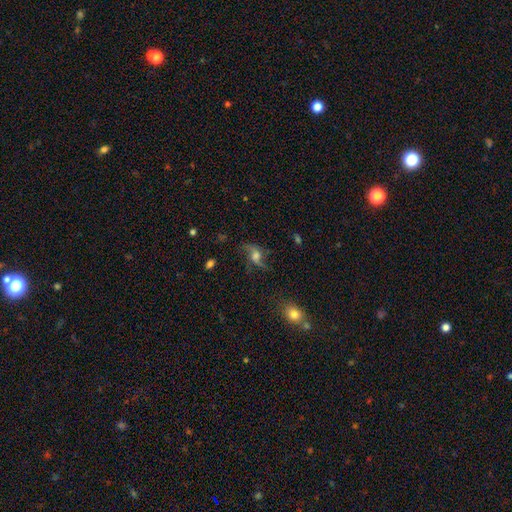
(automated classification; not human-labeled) Smooth or featured?
  - featured or disk: 67% *
  - smooth: 20%
  - star or artifact: 13%
Edge-on disk?
  - no: 92% *
  - yes: 8%
Bar?
  - no: 59% *
  - weak: 32%
  - strong: 9%
Spiral arms?
  - yes: 88% *
  - no: 12%
Spiral winding?
  - loose: 85% *
  - medium: 12%
  - tight: 3%
Spiral arm count?
  - 2: 86% *
  - can't tell: 4%
  - 1: 4%
  - 3: 3%
  - 4: 2%
  - more than 4: 2%
Bulge size?
  - moderate: 42% *
  - large: 28%
  - small: 17%
  - none: 8%
  - dominant: 5%
Merging?
  - none: 59% *
  - major disturbance: 20%
  - minor disturbance: 19%
  - merger: 3%